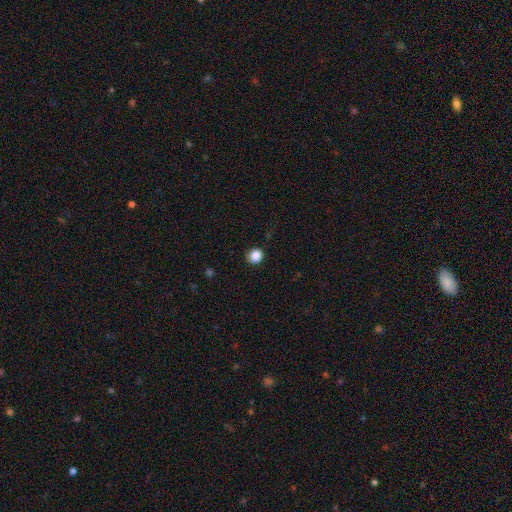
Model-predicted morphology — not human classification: smooth 87%, star or artifact 11%, featured or disk 3%. Down the decision tree: how rounded — round (89%); merging — none (89%).